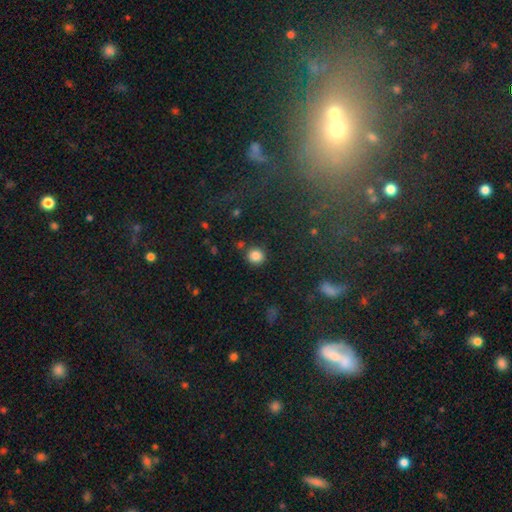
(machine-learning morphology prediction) smooth 84%, star or artifact 11%, featured or disk 5%. Down the decision tree: how rounded — round (90%); merging — none (85%).